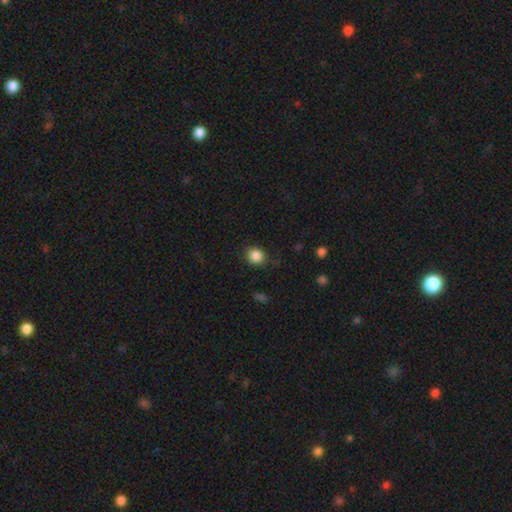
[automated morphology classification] A smooth galaxy with no disk features (85%) that is round (81%).

Vote fractions:
- Smooth or featured? smooth: 85% / star or artifact: 10% / featured or disk: 4%
- How rounded? round: 81% / in between: 18% / cigar-shaped: 1%
- Merging? none: 84% / minor disturbance: 11% / major disturbance: 3% / merger: 1%